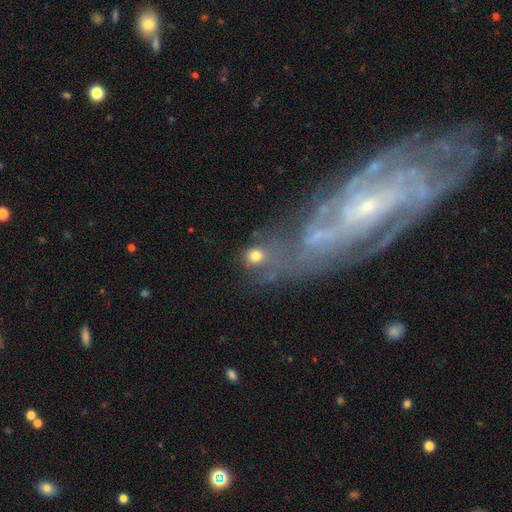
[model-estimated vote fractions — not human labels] Smooth or featured? smooth (63%)
How rounded? round (70%)
Merging? none (41%)